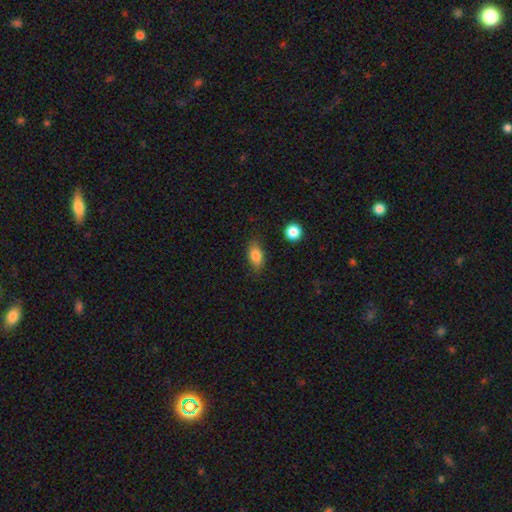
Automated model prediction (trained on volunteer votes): Smooth or featured? smooth (83%)
How rounded? in between (85%)
Merging? none (79%)